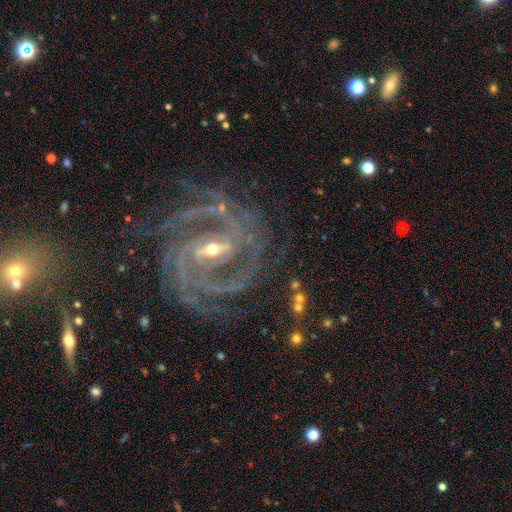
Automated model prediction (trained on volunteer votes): featured or disk 92%, star or artifact 6%, smooth 2%. Down the decision tree: edge-on disk — no (97%); bar — strong (61%); spiral arms — yes (99%); spiral arm count — 3 (28%); spiral winding — tight (61%); bulge size — small (64%); merging — none (73%).